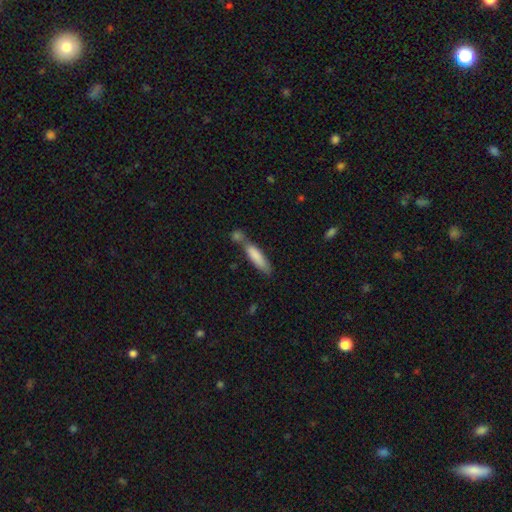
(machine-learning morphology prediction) Smooth or featured: smooth — 81% (featured or disk — 13%)
How rounded: cigar-shaped — 72% (in between — 27%)
Merging: none — 45% (merger — 34%)